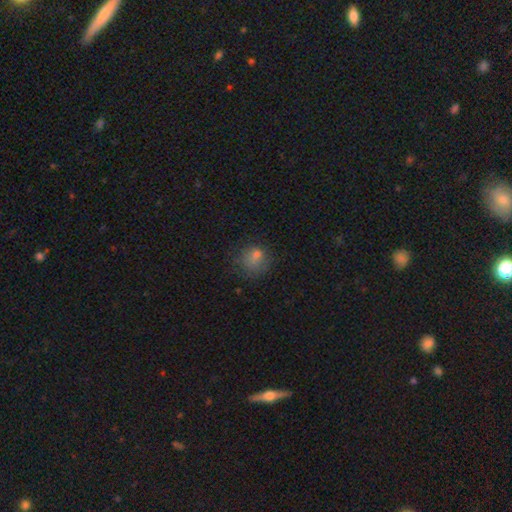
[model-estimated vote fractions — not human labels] Smooth or featured? smooth (72%)
How rounded? round (68%)
Merging? none (59%)